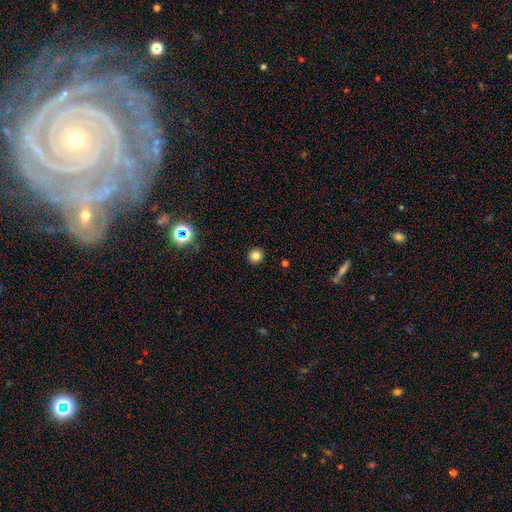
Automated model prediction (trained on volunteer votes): This appears to be a smooth galaxy with no disk features (81%) that is round (92%). Merging: none (92%).